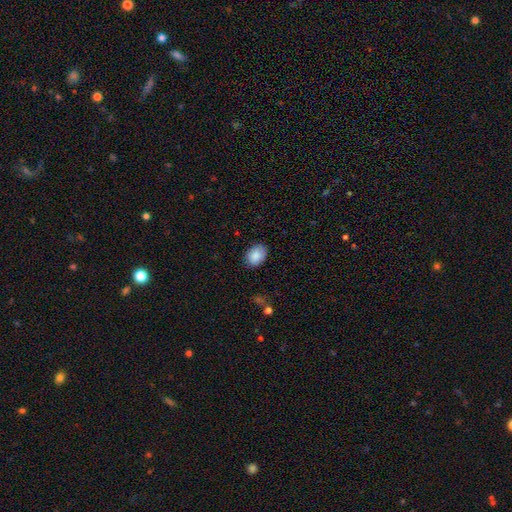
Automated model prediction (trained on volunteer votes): Q: Smooth or featured?
A: smooth (87%); runner-up: star or artifact (7%)
Q: How rounded?
A: in between (72%); runner-up: round (27%)
Q: Merging?
A: none (83%); runner-up: minor disturbance (13%)